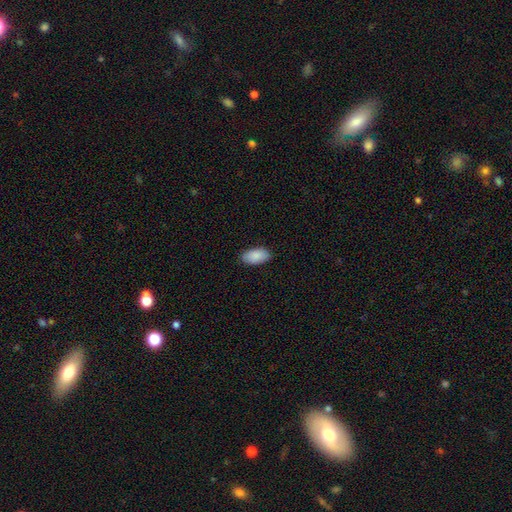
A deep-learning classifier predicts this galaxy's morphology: Smooth or featured?
  - smooth: 89% *
  - star or artifact: 6%
  - featured or disk: 5%
How rounded?
  - in between: 95% *
  - cigar-shaped: 3%
  - round: 2%
Merging?
  - none: 87% *
  - minor disturbance: 10%
  - major disturbance: 2%
  - merger: 1%